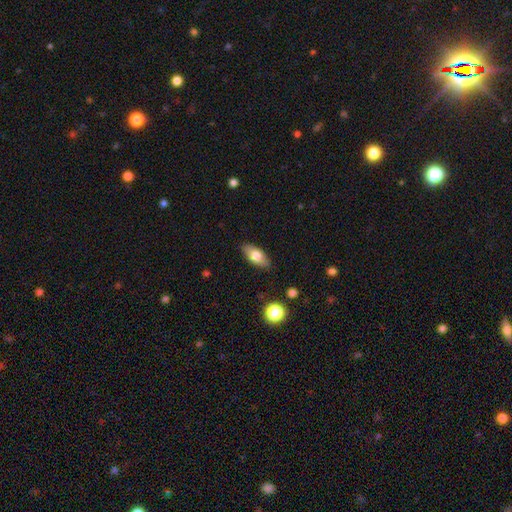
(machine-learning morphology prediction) Smooth or featured? smooth (71%)
How rounded? in between (84%)
Merging? none (86%)